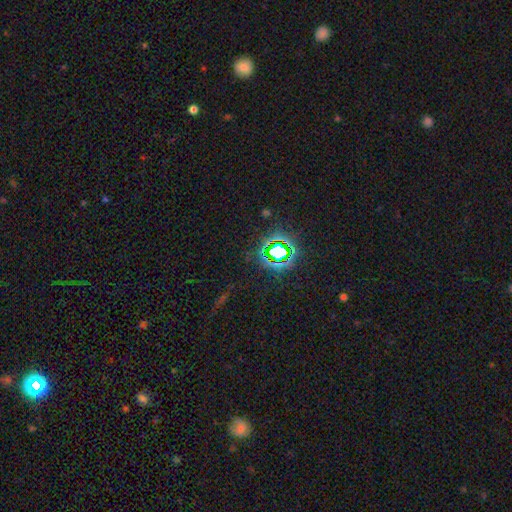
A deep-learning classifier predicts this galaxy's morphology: Q: Smooth or featured?
A: star or artifact (78%); runner-up: smooth (14%)